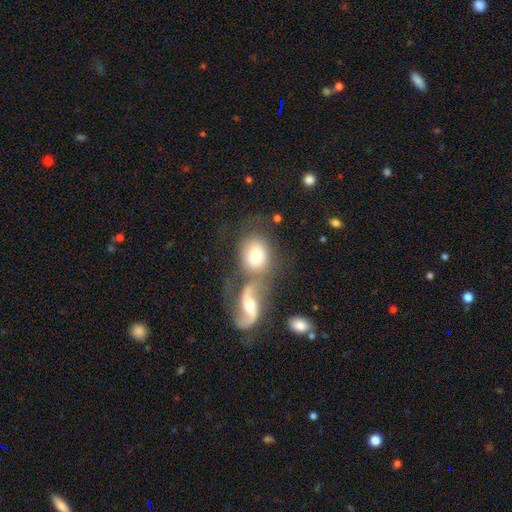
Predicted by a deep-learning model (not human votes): smooth-or-featured: smooth: 56% | featured or disk: 36% | star or artifact: 7%
  how-rounded: in between: 61% | round: 37% | cigar-shaped: 2%
  merging: merger: 52% | none: 29% | minor disturbance: 11% | major disturbance: 8%